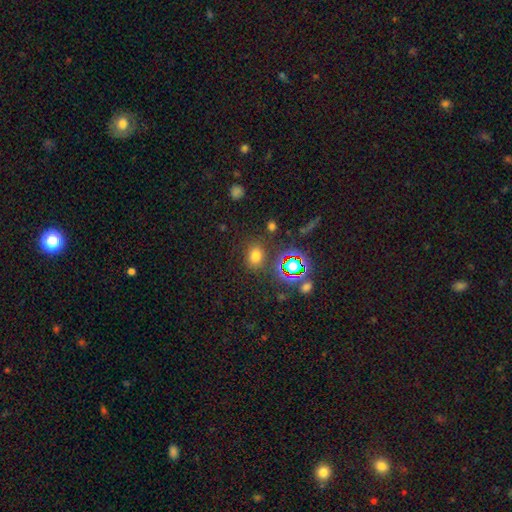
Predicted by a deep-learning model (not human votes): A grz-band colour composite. It shows a smooth galaxy with no disk features (69%) that is in between round and cigar-shaped (51%). Merging: none (80%).